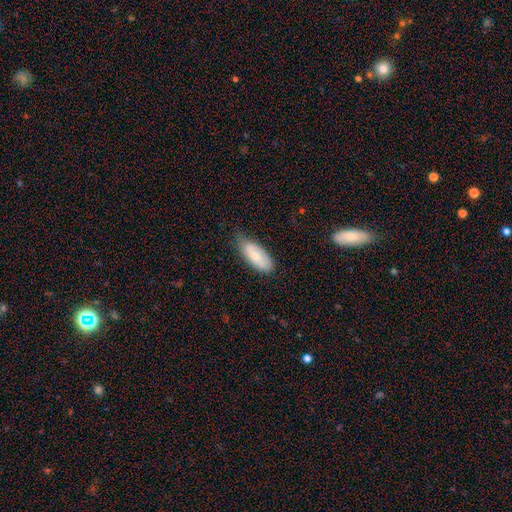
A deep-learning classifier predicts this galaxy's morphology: This is likely a smooth galaxy (74%). How rounded: clearly in between (84%). Merging: likely none (62%).